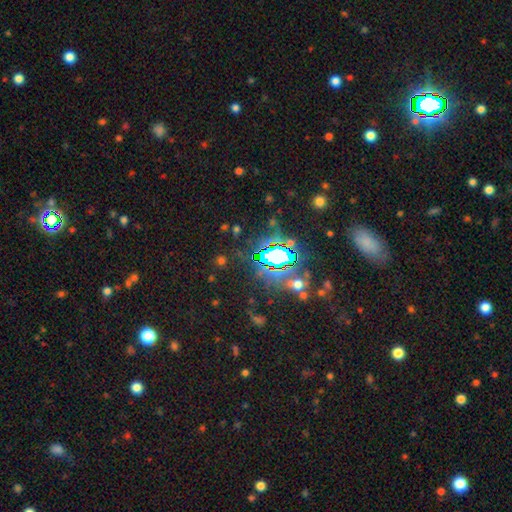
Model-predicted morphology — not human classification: The model was most divided on "smooth or featured": star or artifact: 78%, smooth: 13%, featured or disk: 9%.